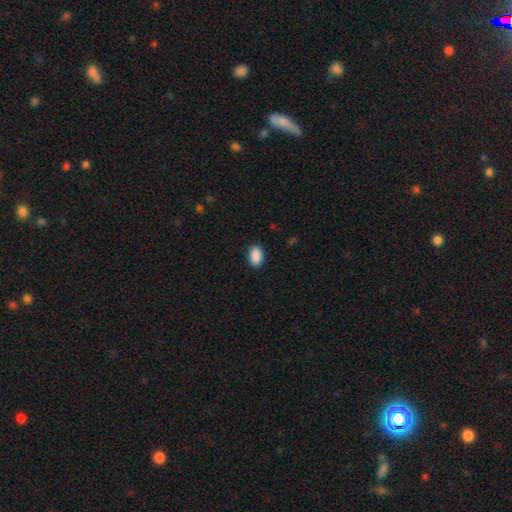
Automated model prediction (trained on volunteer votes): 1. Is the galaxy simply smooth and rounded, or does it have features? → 90% smooth, 7% star or artifact, 2% featured or disk.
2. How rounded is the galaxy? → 91% in between, 7% round, 2% cigar-shaped.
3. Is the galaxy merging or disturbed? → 88% none, 9% minor disturbance, 2% major disturbance, 1% merger.